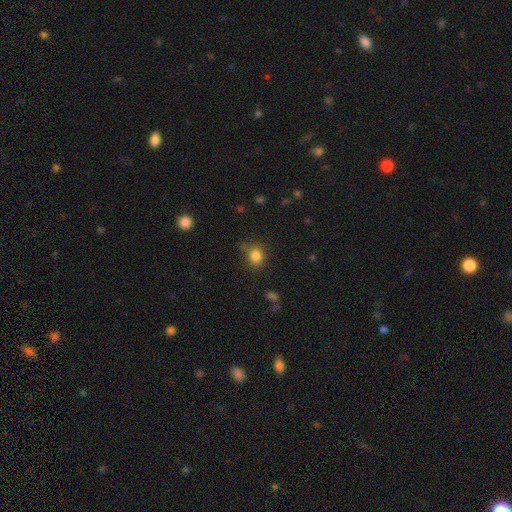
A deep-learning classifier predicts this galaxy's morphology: smooth_or_featured: smooth (p=0.82) [alt: star or artifact p=0.12]
how_rounded: round (p=0.61) [alt: in between p=0.37]
merging: none (p=0.69) [alt: minor disturbance p=0.21]